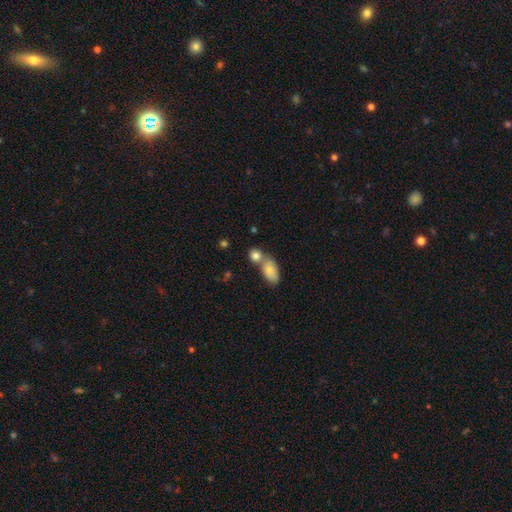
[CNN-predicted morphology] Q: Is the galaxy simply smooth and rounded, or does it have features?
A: smooth — 82%.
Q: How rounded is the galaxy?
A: round — 57%.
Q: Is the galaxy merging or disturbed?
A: merger — 44%, tied with none.